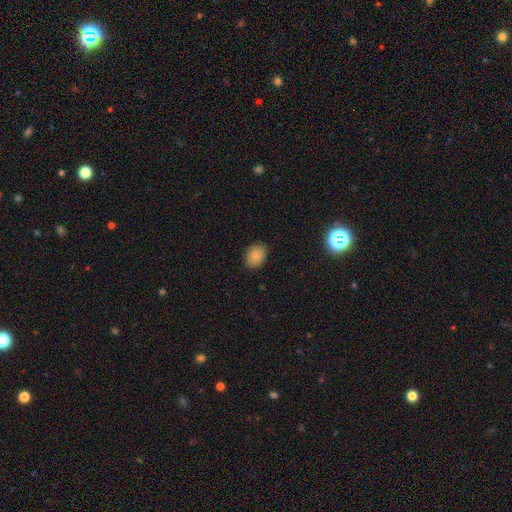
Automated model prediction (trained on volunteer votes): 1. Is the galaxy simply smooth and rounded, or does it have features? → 86% smooth, 9% star or artifact, 5% featured or disk.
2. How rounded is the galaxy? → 68% in between, 31% round, 1% cigar-shaped.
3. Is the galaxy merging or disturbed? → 87% none, 10% minor disturbance, 2% major disturbance, 1% merger.